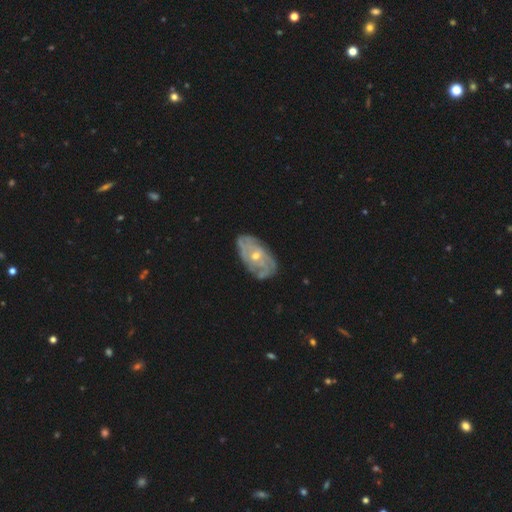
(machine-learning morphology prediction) Smooth or featured? featured or disk (75%)
Edge-on disk? no (93%)
Bar? no (70%)
Spiral arms? yes (79%)
Spiral winding? tight (62%)
Spiral arm count? can't tell (54%)
Bulge size? small (49%)
Merging? none (76%)